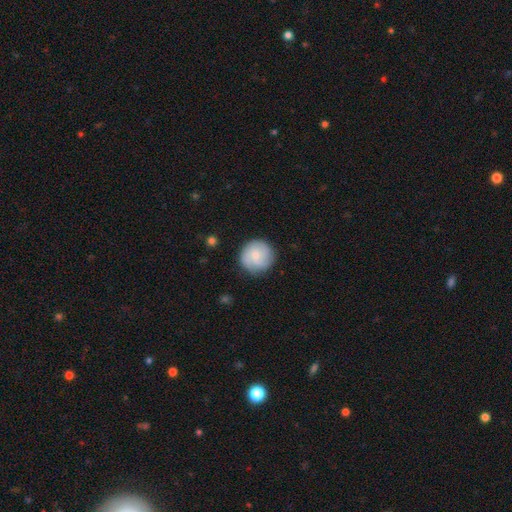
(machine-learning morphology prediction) Q: Smooth or featured?
A: smooth (58%); runner-up: featured or disk (36%)
Q: How rounded?
A: round (94%); runner-up: in between (5%)
Q: Merging?
A: none (80%); runner-up: minor disturbance (15%)